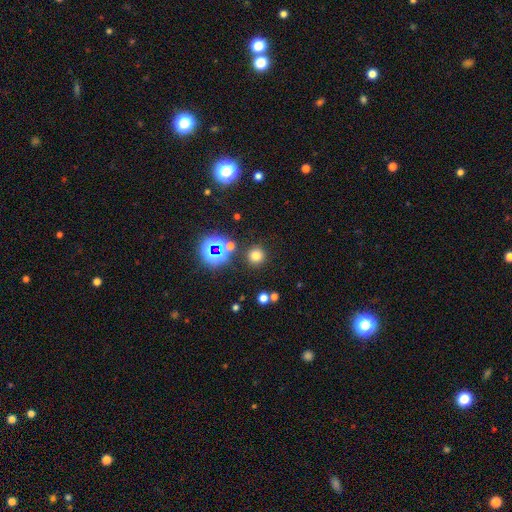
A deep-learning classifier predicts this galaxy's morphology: This is likely a smooth galaxy (68%). How rounded: clearly round (95%). Merging: clearly none (87%).